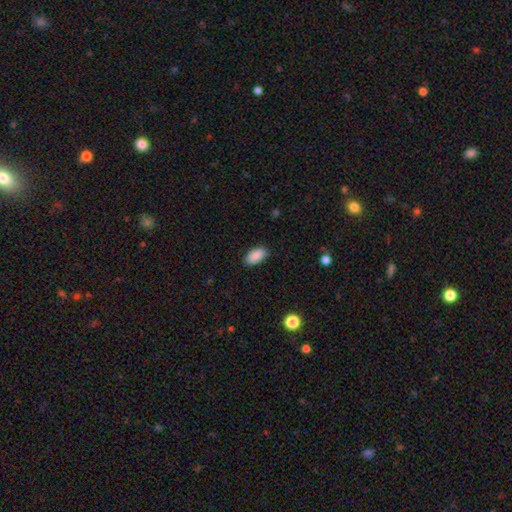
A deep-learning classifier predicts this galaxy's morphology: Smooth or featured?
  - smooth: 90% *
  - star or artifact: 7%
  - featured or disk: 3%
How rounded?
  - in between: 94% *
  - round: 3%
  - cigar-shaped: 3%
Merging?
  - none: 88% *
  - minor disturbance: 9%
  - major disturbance: 2%
  - merger: 1%